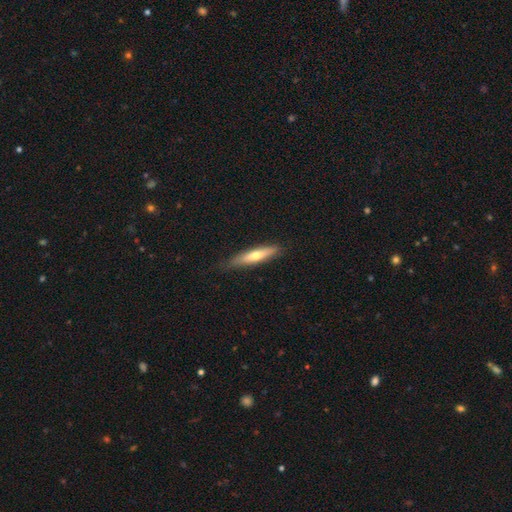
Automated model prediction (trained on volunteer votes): Smooth or featured?
  - smooth: 57% *
  - featured or disk: 37%
  - star or artifact: 6%
How rounded?
  - cigar-shaped: 82% *
  - in between: 16%
  - round: 2%
Merging?
  - none: 82% *
  - minor disturbance: 15%
  - major disturbance: 2%
  - merger: 1%